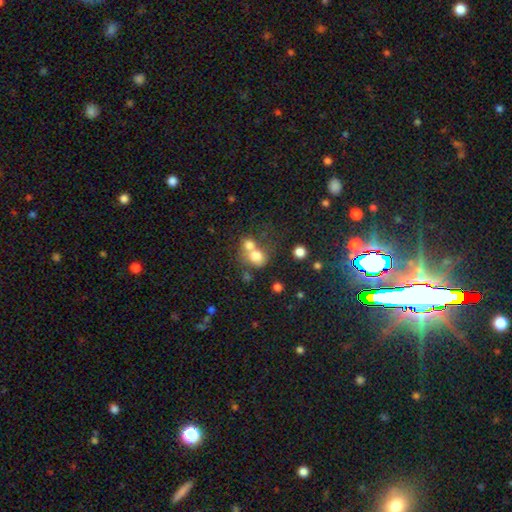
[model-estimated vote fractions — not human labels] A smooth galaxy with no disk features (74%) that is round (70%). Merging: merger (60%).